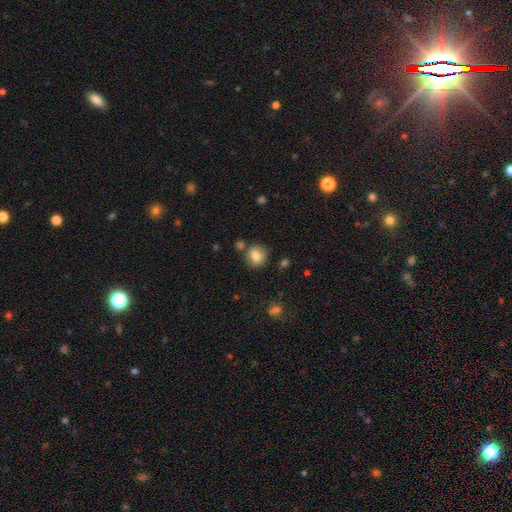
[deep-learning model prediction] This appears to be a smooth galaxy with no disk features (81%) that is round (73%). Merging: none (75%).